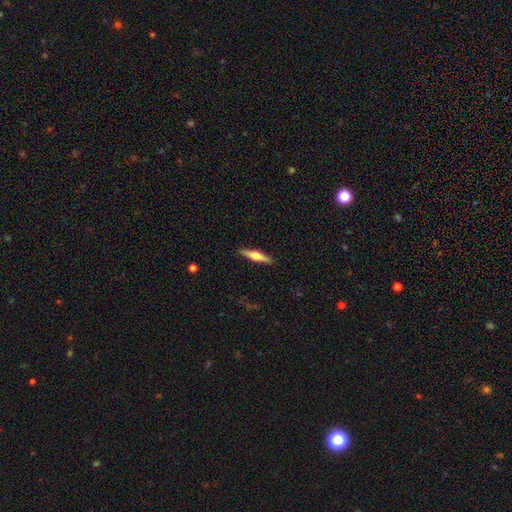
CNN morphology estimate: Smooth or featured? featured or disk (55%)
Edge-on disk? yes (97%)
Edge-on bulge? rounded (91%)
Merging? none (91%)